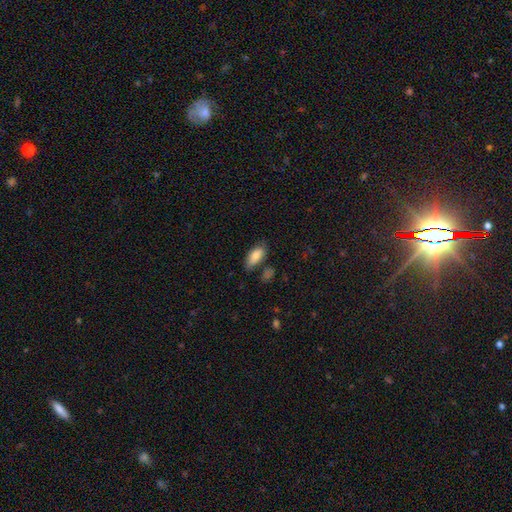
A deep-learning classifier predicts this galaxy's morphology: Smooth or featured: smooth — 82% (featured or disk — 11%)
How rounded: in between — 88% (cigar-shaped — 9%)
Merging: none — 67% (minor disturbance — 22%)